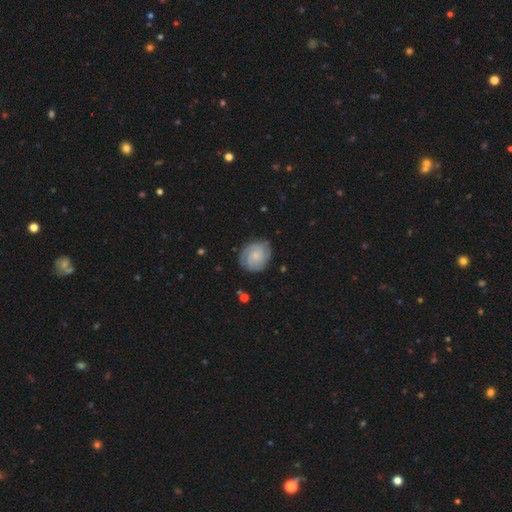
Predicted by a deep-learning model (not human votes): smooth-or-featured: featured or disk: 71% | smooth: 23% | star or artifact: 6%
  disk-edge-on: no: 98% | yes: 2%
    bar: no: 74% | weak: 23% | strong: 3%
    has-spiral-arms: yes: 95% | no: 5%
      spiral-winding: tight: 69% | medium: 25% | loose: 6%
      spiral-arm-count: 2: 35% | can't tell: 24% | 3: 24% | 4: 6% | 1: 5% | more than 4: 5%
    bulge-size: small: 66% | moderate: 17% | none: 14% | large: 2% | dominant: 1%
  merging: none: 80% | minor disturbance: 14% | major disturbance: 4% | merger: 1%